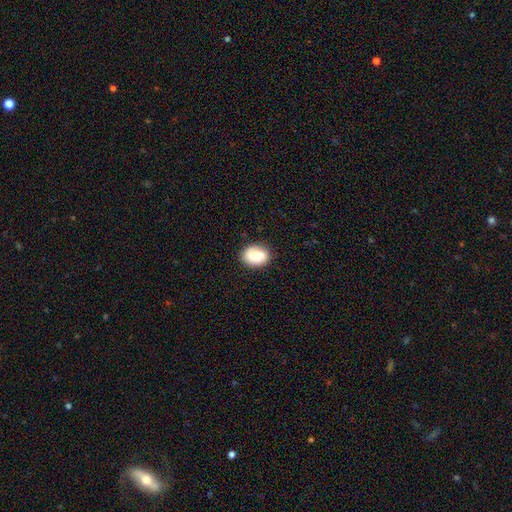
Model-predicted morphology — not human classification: Smooth or featured: smooth — 80% (featured or disk — 12%)
How rounded: in between — 69% (round — 30%)
Merging: none — 81% (minor disturbance — 15%)